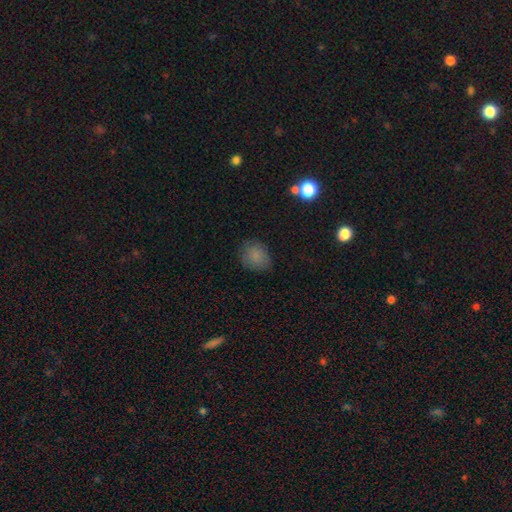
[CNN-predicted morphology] Smooth or featured? smooth (81%)
How rounded? round (66%)
Merging? none (76%)